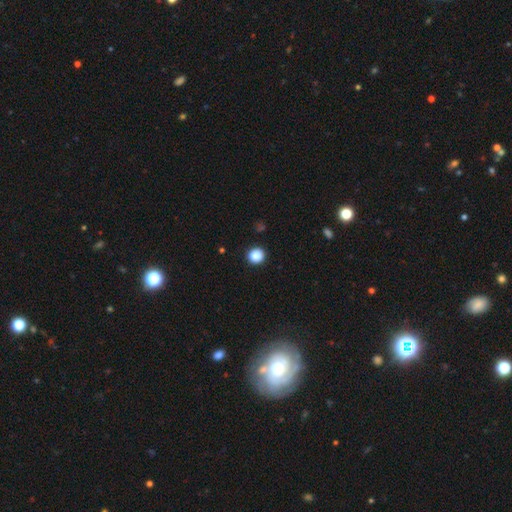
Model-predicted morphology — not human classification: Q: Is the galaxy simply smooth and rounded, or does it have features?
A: smooth — 87%.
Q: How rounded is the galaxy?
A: round — 91%.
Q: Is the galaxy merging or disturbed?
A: none — 92%.